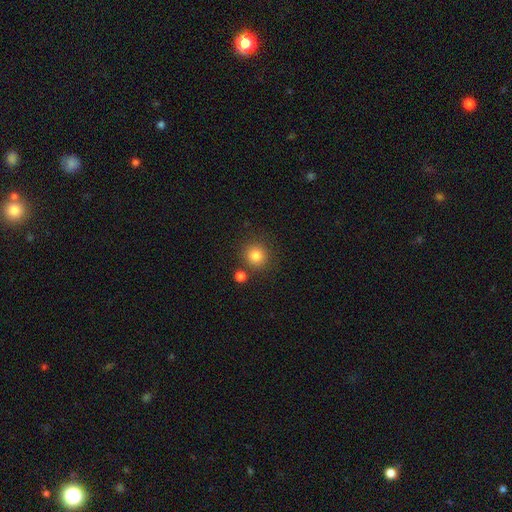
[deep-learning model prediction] Smooth or featured? Predicted: smooth (p=0.83). How rounded? Predicted: round (p=0.92). Merging? Predicted: none (p=0.83).